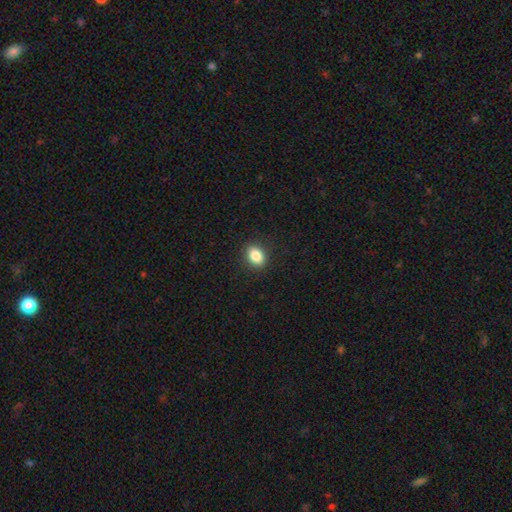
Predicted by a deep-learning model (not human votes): Smooth or featured? Predicted: smooth (p=0.86). How rounded? Predicted: in between (p=0.73). Merging? Predicted: none (p=0.89).